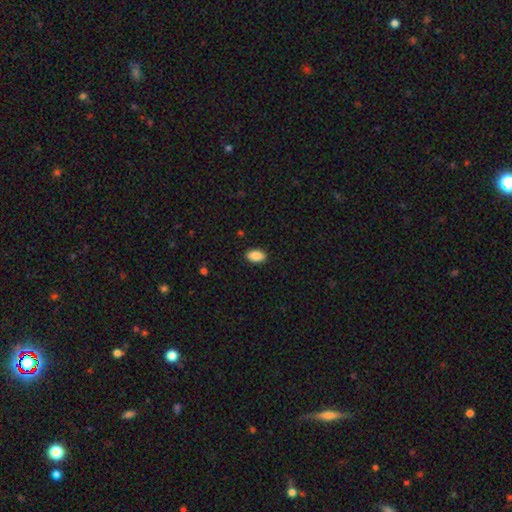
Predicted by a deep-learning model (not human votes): A smooth galaxy with no disk features (89%) that is in between round and cigar-shaped (93%).

Vote fractions:
- Smooth or featured? smooth: 89% / star or artifact: 7% / featured or disk: 4%
- How rounded? in between: 93% / round: 5% / cigar-shaped: 2%
- Merging? none: 90% / minor disturbance: 7% / major disturbance: 2% / merger: 1%